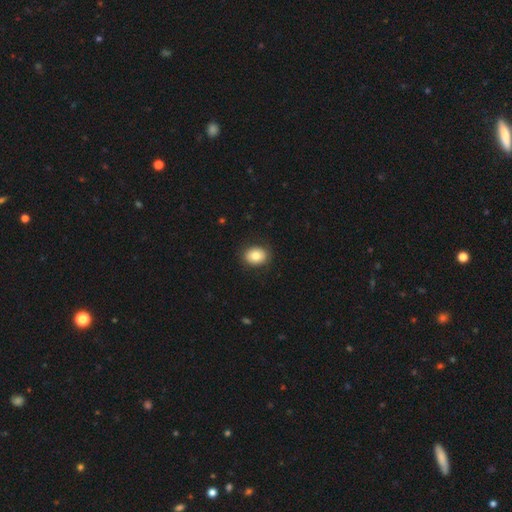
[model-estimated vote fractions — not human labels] This appears to be a smooth galaxy with no disk features (81%) that is in between round and cigar-shaped (50%). Merging: none (88%).